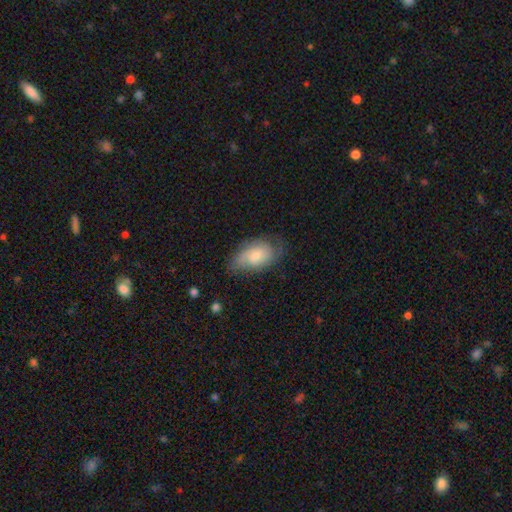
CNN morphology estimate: Smooth or featured? smooth (53%)
How rounded? in between (91%)
Merging? none (62%)